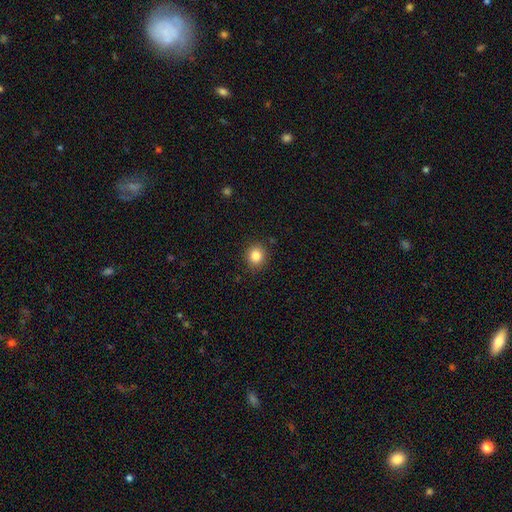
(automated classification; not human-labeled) Smooth or featured: smooth — 84% (star or artifact — 11%)
How rounded: round — 82% (in between — 17%)
Merging: none — 89% (minor disturbance — 8%)